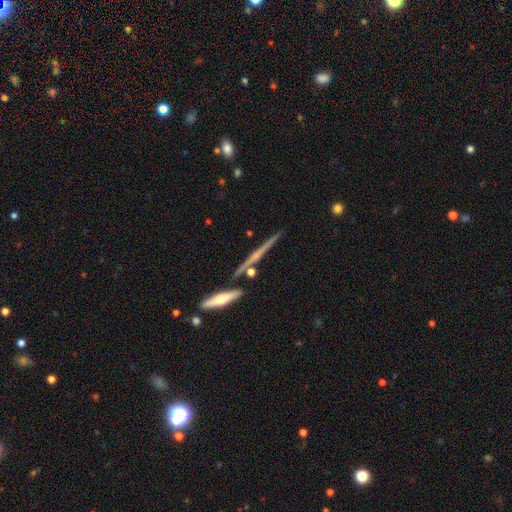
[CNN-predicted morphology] smooth-or-featured: featured or disk: 70% | smooth: 22% | star or artifact: 8%
  disk-edge-on: yes: 97% | no: 3%
    edge-on-bulge: rounded: 57% | none: 33% | boxy: 10%
  merging: none: 81% | minor disturbance: 10% | merger: 7% | major disturbance: 2%